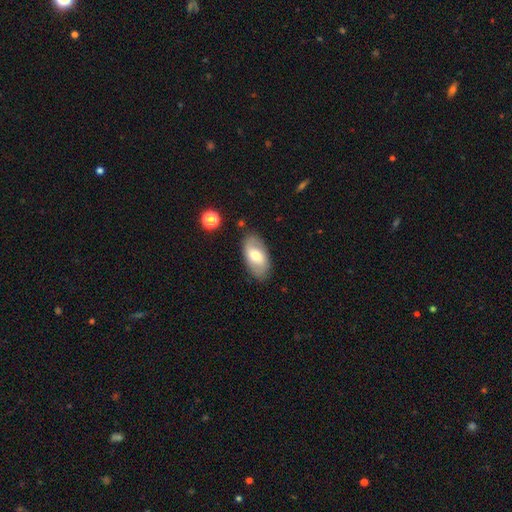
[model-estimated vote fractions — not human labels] Smooth or featured?
  - smooth: 57% *
  - featured or disk: 37%
  - star or artifact: 7%
How rounded?
  - in between: 93% *
  - round: 4%
  - cigar-shaped: 3%
Merging?
  - none: 81% *
  - minor disturbance: 13%
  - major disturbance: 4%
  - merger: 2%